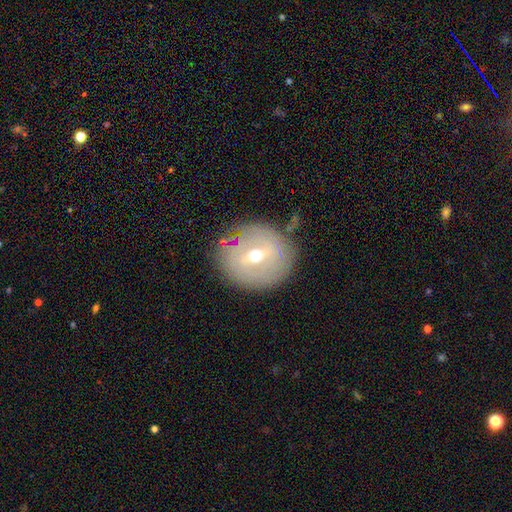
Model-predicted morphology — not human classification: Smooth or featured? featured or disk (68%)
Edge-on disk? no (93%)
Bar? weak (52%)
Spiral arms? yes (58%)
Bulge size? moderate (60%)
Merging? none (79%)